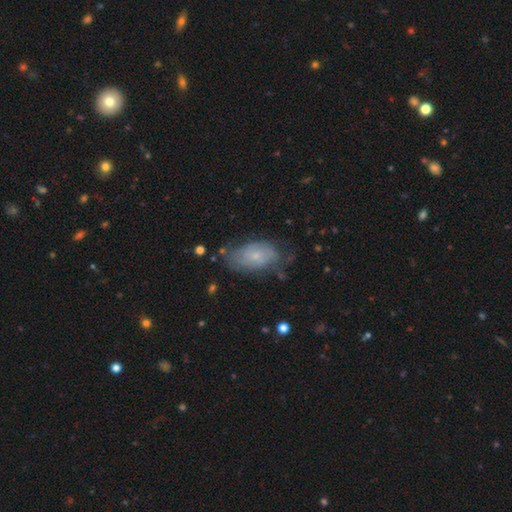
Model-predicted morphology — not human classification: Smooth or featured? smooth (53%)
How rounded? in between (91%)
Merging? none (53%)